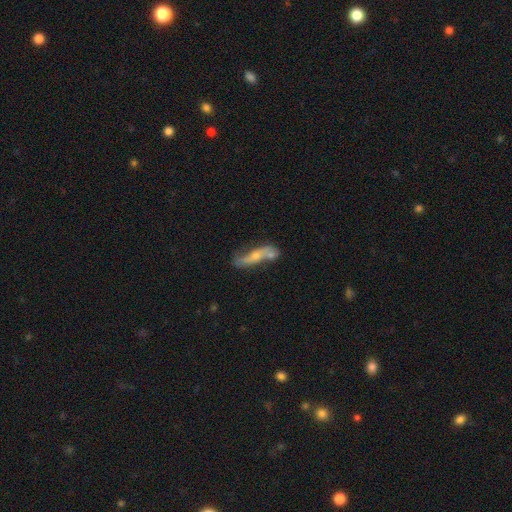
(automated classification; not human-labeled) smooth-or-featured: featured or disk: 58% | smooth: 34% | star or artifact: 7%
  disk-edge-on: no: 66% | yes: 34%
  merging: none: 45% | merger: 25% | minor disturbance: 21% | major disturbance: 9%